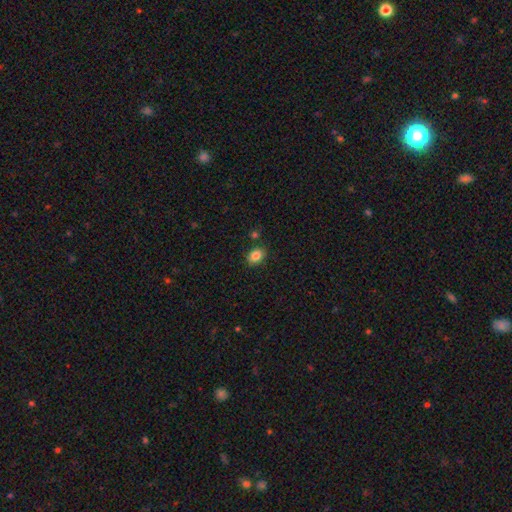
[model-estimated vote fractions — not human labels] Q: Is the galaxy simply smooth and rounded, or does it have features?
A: smooth — 85%.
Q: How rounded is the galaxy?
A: in between — 66%.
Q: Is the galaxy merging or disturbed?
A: none — 83%.